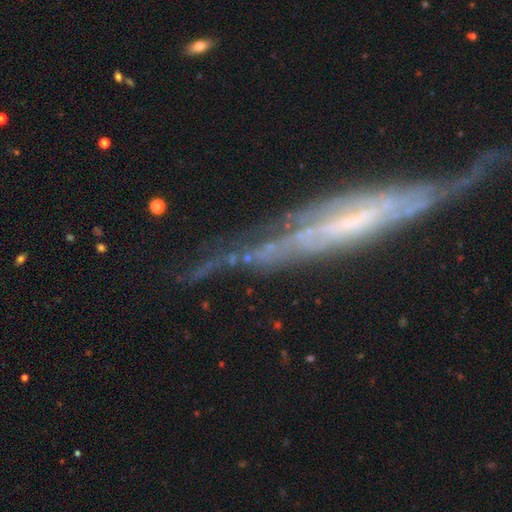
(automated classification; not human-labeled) featured or disk 71%, smooth 19%, star or artifact 11%. Down the decision tree: edge-on disk — yes (62%); merging — none (56%).